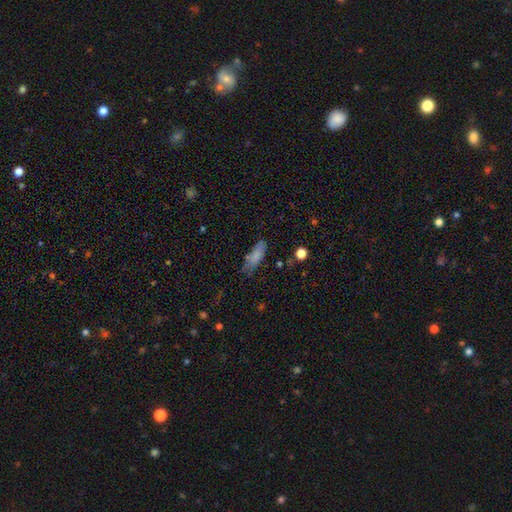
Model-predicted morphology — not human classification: Smooth or featured?
  - smooth: 81% *
  - featured or disk: 11%
  - star or artifact: 9%
How rounded?
  - in between: 56% *
  - cigar-shaped: 42%
  - round: 2%
Merging?
  - none: 67% *
  - minor disturbance: 23%
  - major disturbance: 6%
  - merger: 4%